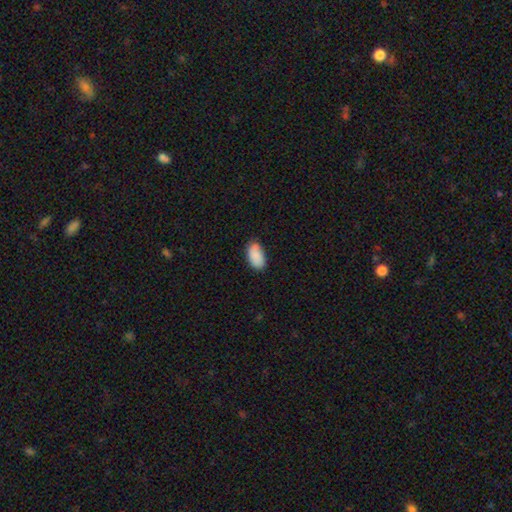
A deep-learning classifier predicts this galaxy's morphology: Overall: smooth (87%). How rounded: in between (94%). Merging: none (74%).